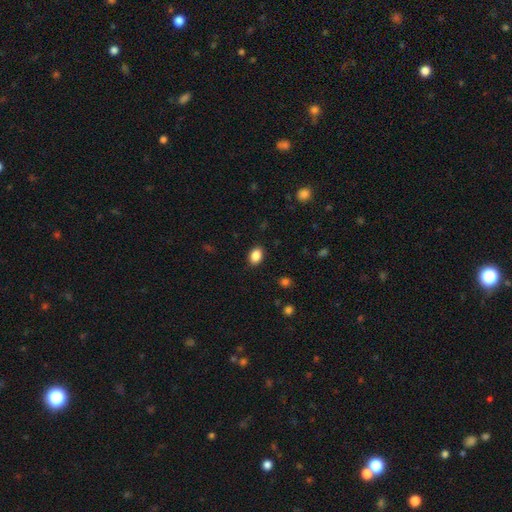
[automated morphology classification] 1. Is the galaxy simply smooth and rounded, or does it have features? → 88% smooth, 9% star or artifact, 4% featured or disk.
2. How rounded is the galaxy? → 79% in between, 20% round, 1% cigar-shaped.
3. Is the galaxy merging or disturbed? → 88% none, 8% minor disturbance, 2% major disturbance, 1% merger.